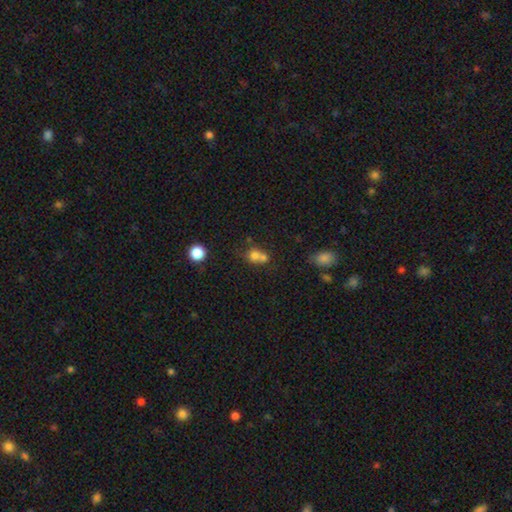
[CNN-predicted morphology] smooth-or-featured: smooth: 72% | featured or disk: 15% | star or artifact: 13%
  how-rounded: round: 75% | in between: 24% | cigar-shaped: 1%
  merging: merger: 56% | none: 32% | minor disturbance: 8% | major disturbance: 4%